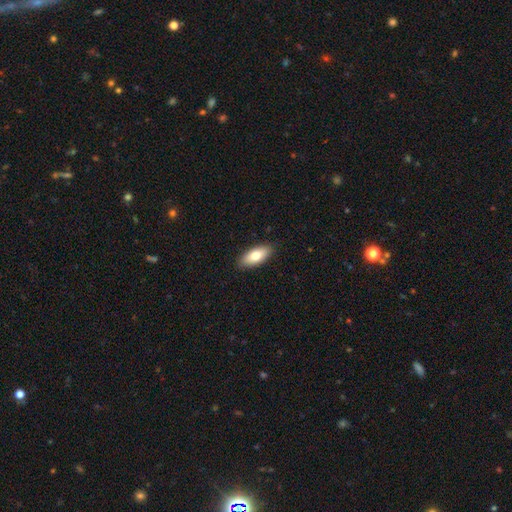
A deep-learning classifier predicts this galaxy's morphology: Smooth or featured: smooth — 77% (featured or disk — 17%)
How rounded: in between — 86% (cigar-shaped — 12%)
Merging: none — 89% (minor disturbance — 8%)